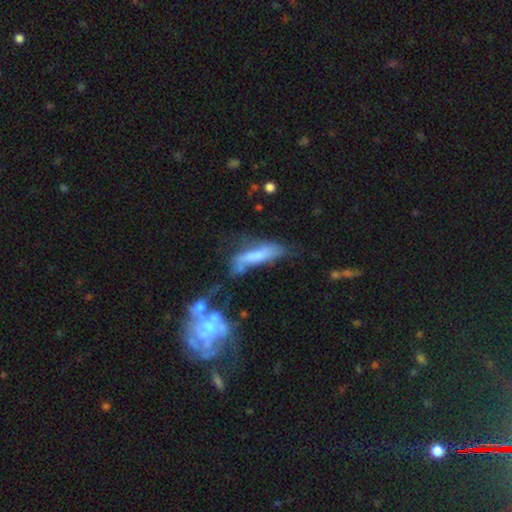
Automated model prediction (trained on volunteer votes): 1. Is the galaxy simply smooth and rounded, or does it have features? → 53% smooth, 37% featured or disk, 10% star or artifact.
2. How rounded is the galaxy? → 62% cigar-shaped, 36% in between, 3% round.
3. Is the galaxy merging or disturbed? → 28% none, 26% merger, 24% major disturbance, 22% minor disturbance.